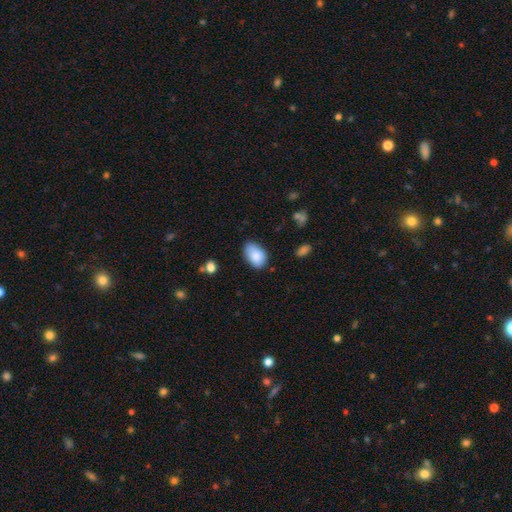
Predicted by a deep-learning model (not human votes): This is clearly a smooth galaxy (86%). How rounded: clearly in between (89%). Merging: likely none (67%).